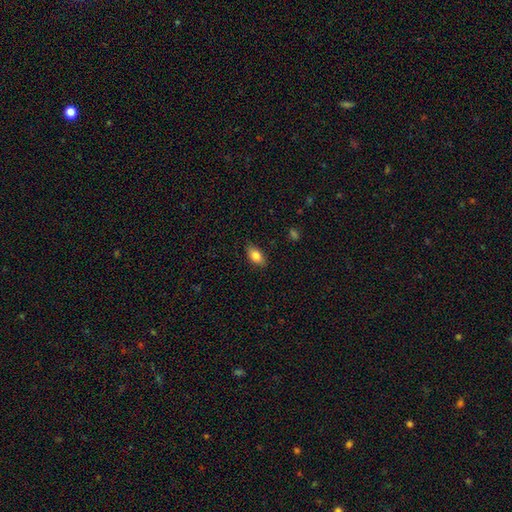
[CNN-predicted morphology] The model was most divided on "smooth or featured": smooth: 82%, featured or disk: 10%, star or artifact: 8%. More confident: how rounded — in between (89%); merging — none (86%).